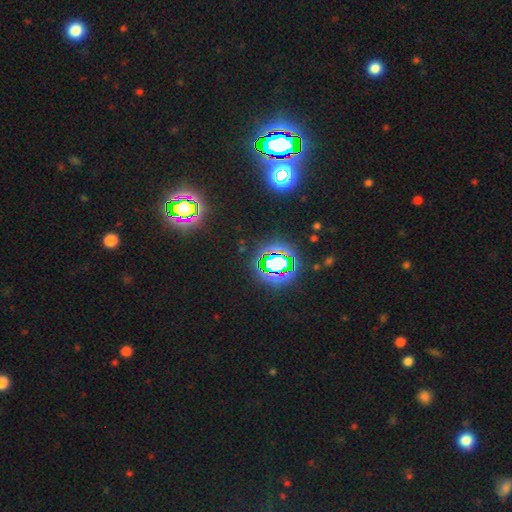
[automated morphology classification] Smooth or featured?
  - star or artifact: 81% *
  - smooth: 12%
  - featured or disk: 7%